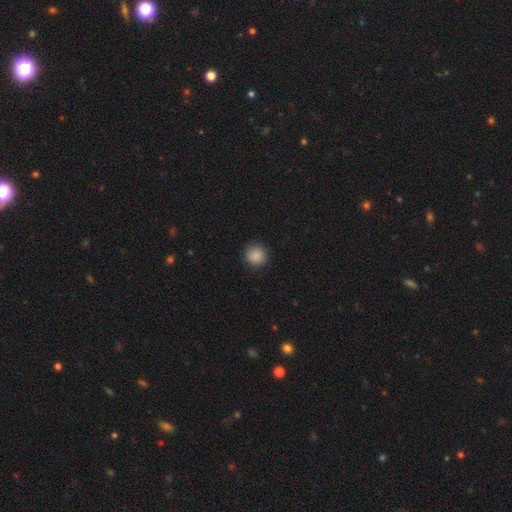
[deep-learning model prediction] Smooth or featured? Predicted: smooth (p=0.88). How rounded? Predicted: round (p=0.93). Merging? Predicted: none (p=0.91).